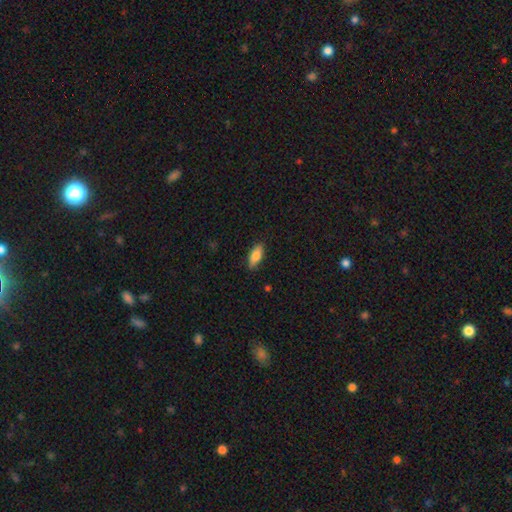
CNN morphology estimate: type=smooth (81%); roundness=in between (81%); merging=none (83%).